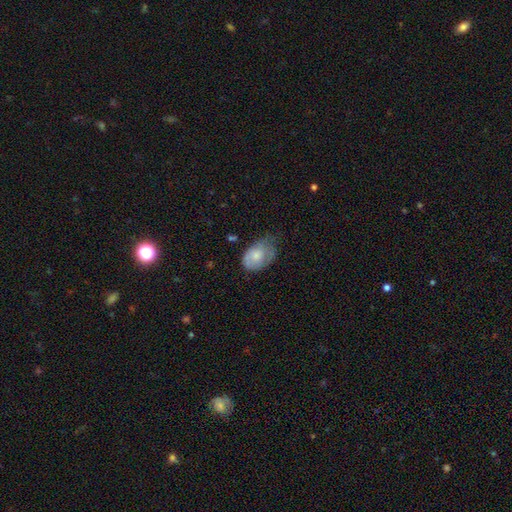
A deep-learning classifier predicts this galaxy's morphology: A smooth galaxy with no disk features (69%) that is in between round and cigar-shaped (82%).

Vote fractions:
- Smooth or featured? smooth: 69% / featured or disk: 24% / star or artifact: 7%
- How rounded? in between: 82% / round: 17% / cigar-shaped: 1%
- Merging? minor disturbance: 43% / none: 35% / major disturbance: 20% / merger: 2%